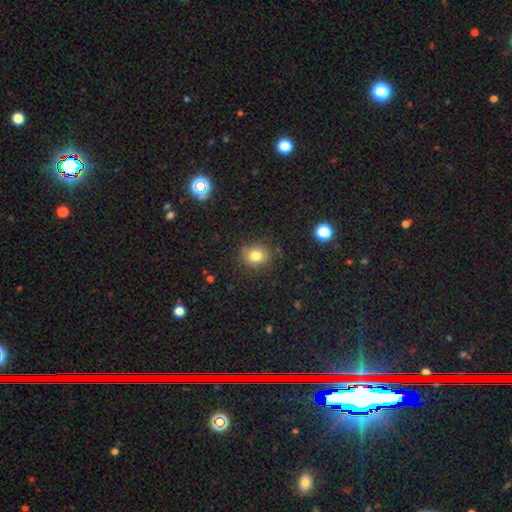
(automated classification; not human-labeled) A smooth galaxy with no disk features (79%) that is round (71%).

Vote fractions:
- Smooth or featured? smooth: 79% / star or artifact: 13% / featured or disk: 8%
- How rounded? round: 71% / in between: 28% / cigar-shaped: 1%
- Merging? none: 83% / minor disturbance: 13% / major disturbance: 3% / merger: 2%